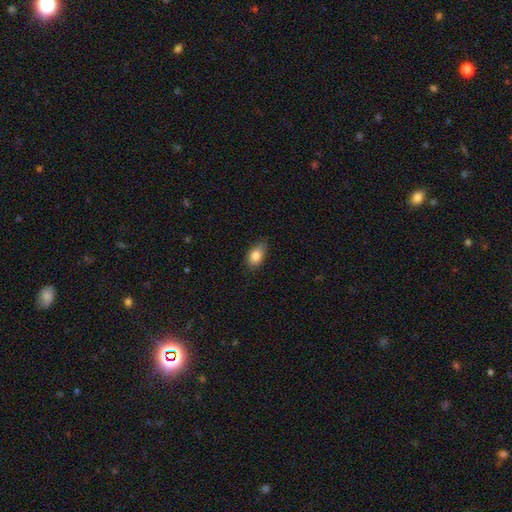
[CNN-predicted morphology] Smooth or featured? Predicted: smooth (p=0.83). How rounded? Predicted: in between (p=0.86). Merging? Predicted: none (p=0.77).